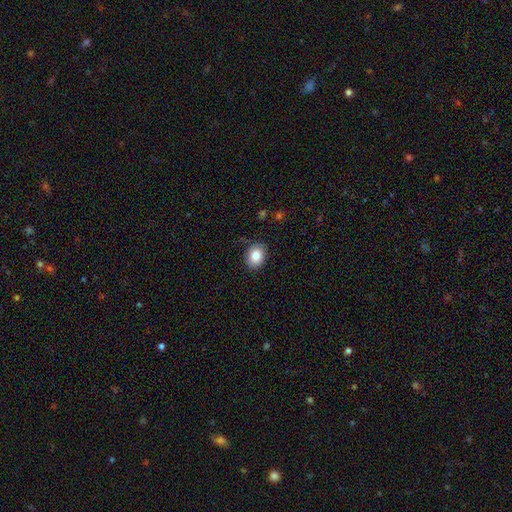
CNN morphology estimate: A smooth galaxy with no disk features (84%) that is in between round and cigar-shaped (62%). Merging: none (85%).